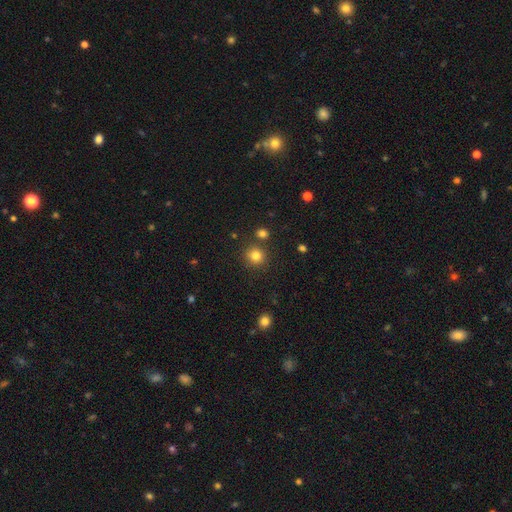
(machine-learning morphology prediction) The model was most divided on "smooth or featured": smooth: 82%, star or artifact: 13%, featured or disk: 6%. More confident: how rounded — round (90%); merging — none (83%).